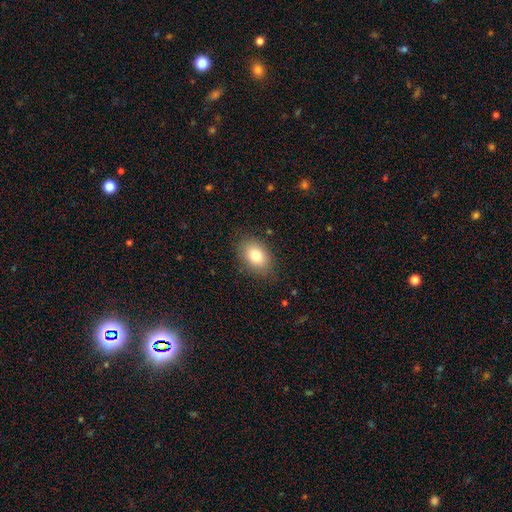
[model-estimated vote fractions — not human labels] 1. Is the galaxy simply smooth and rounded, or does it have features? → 81% smooth, 10% featured or disk, 8% star or artifact.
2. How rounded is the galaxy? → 83% in between, 15% round, 1% cigar-shaped.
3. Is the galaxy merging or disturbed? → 84% none, 11% minor disturbance, 3% major disturbance, 1% merger.